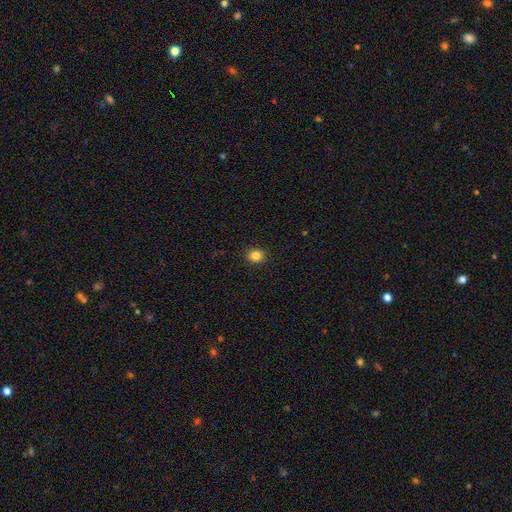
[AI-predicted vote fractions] Overall: smooth (84%). How rounded: round (80%). Merging: none (92%).